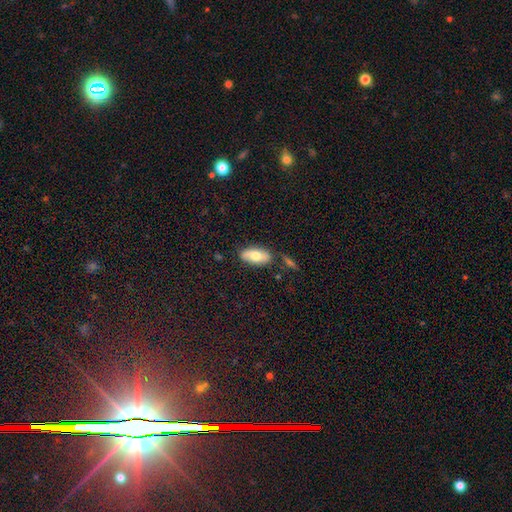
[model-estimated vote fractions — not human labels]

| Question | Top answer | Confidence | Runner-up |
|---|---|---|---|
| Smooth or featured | smooth | 71% | featured or disk (23%) |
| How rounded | in between | 90% | cigar-shaped (7%) |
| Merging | none | 77% | minor disturbance (14%) |